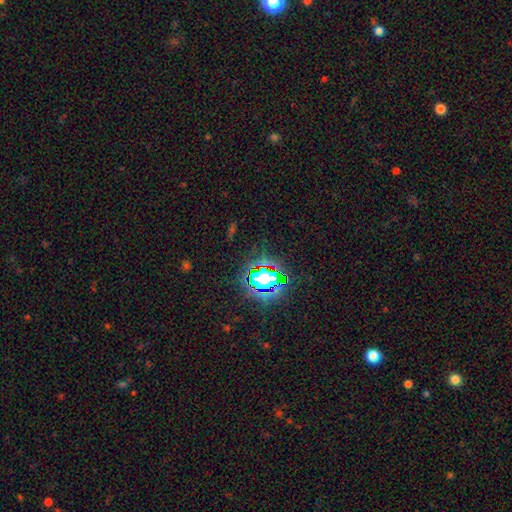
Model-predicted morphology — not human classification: The model was most divided on "smooth or featured": star or artifact: 82%, smooth: 11%, featured or disk: 7%.